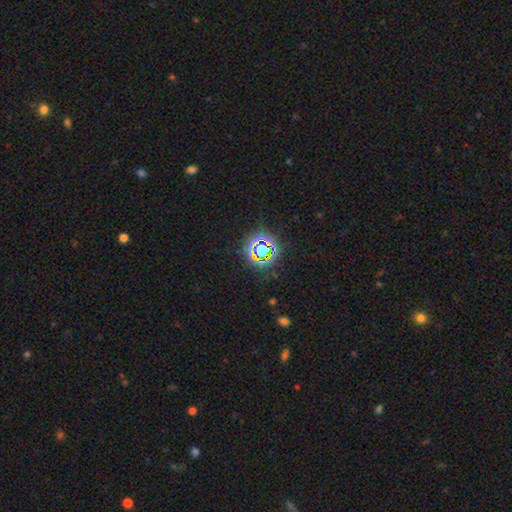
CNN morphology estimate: A star or artifact, not a galaxy (73%).